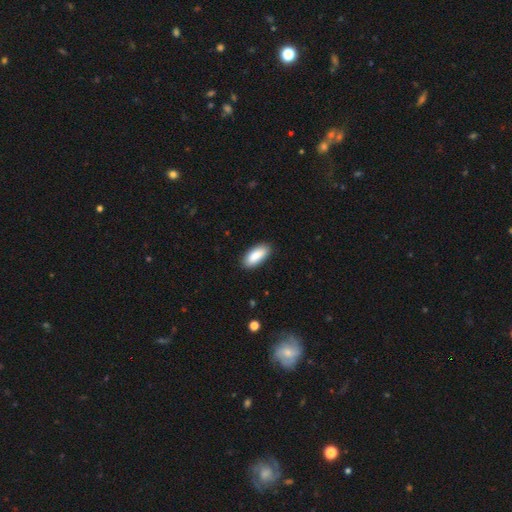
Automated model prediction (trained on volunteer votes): This appears to be a smooth galaxy with no disk features (89%) that is in between round and cigar-shaped (83%). Merging: none (87%).